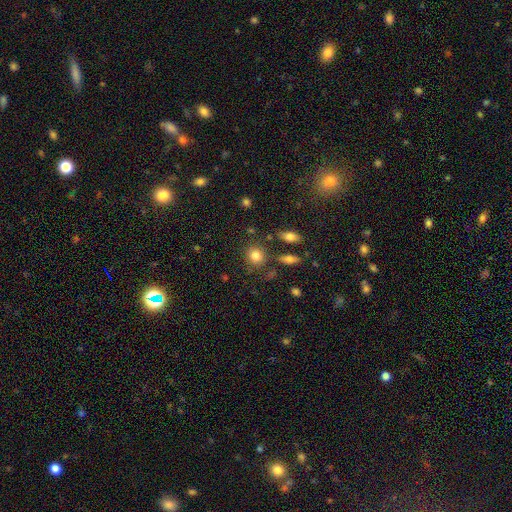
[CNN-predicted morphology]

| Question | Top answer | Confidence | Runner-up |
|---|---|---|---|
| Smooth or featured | smooth | 82% | star or artifact (10%) |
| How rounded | round | 78% | in between (21%) |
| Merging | none | 78% | minor disturbance (11%) |